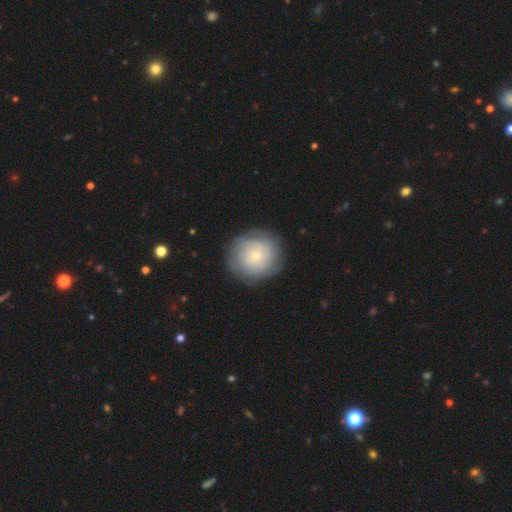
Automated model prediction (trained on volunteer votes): This is possibly a featured or disk galaxy (57%). It is clearly not viewed edge-on (98%). Bar: clearly no (82%). Spiral arm pattern: clearly yes (83%). Central bulge: likely small (70%). Merging: clearly none (82%).